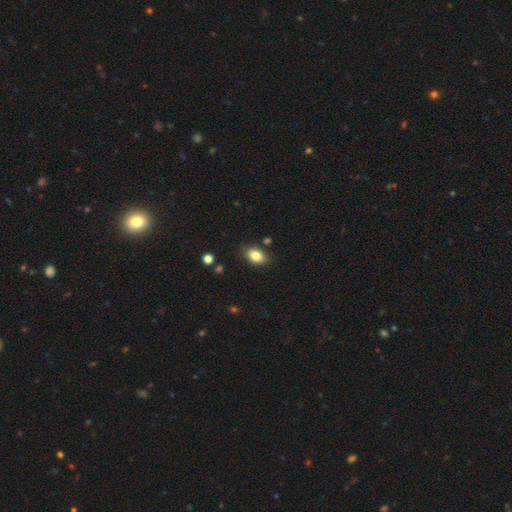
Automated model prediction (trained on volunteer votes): Morphology: type=smooth (83%); roundness=in between (86%); merging=none (81%).